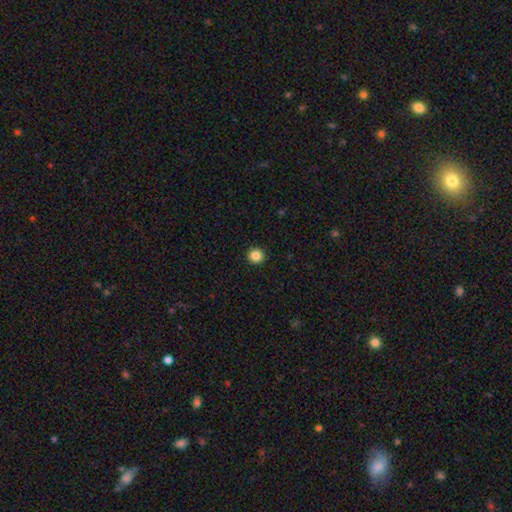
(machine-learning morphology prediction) Q: Smooth or featured?
A: smooth (86%); runner-up: star or artifact (11%)
Q: How rounded?
A: round (95%); runner-up: in between (4%)
Q: Merging?
A: none (94%); runner-up: minor disturbance (4%)